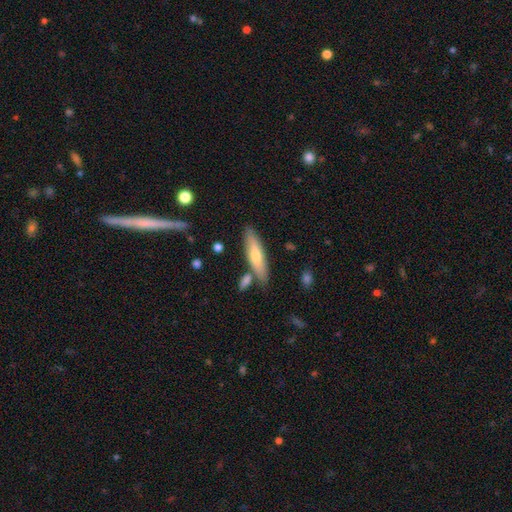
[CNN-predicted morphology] Smooth or featured: smooth — 58% (featured or disk — 36%)
How rounded: cigar-shaped — 75% (in between — 23%)
Merging: none — 78% (minor disturbance — 12%)